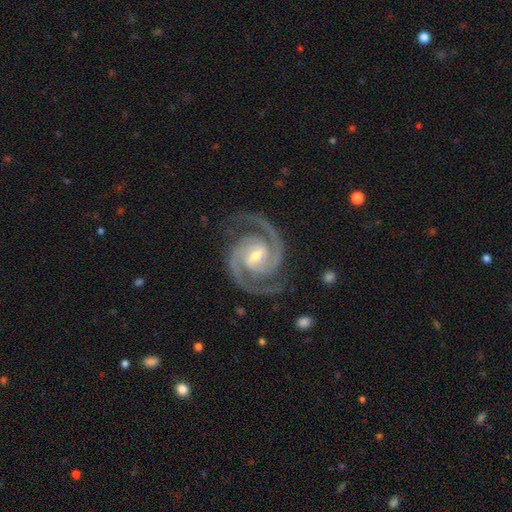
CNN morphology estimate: Overall: featured or disk (95%). Edge-on disk: no (98%). Bar: weak (47%; strong 32%). Spiral arms: yes (99%). Spiral arm count: 2 (89%). Spiral winding: tight (51%; medium 46%). Bulge size: small (49%; moderate 47%). Merging: none (82%).